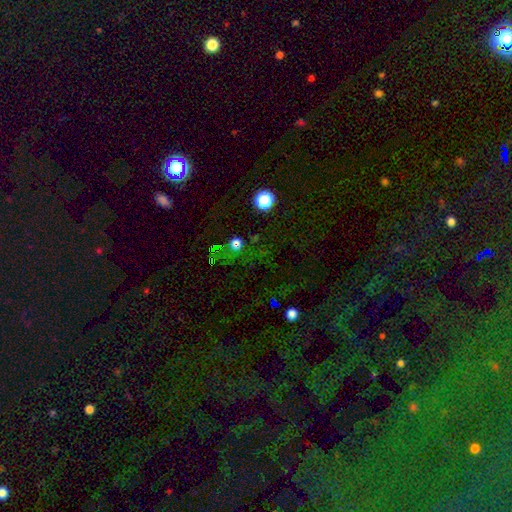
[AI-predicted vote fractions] star or artifact 65%, smooth 23%, featured or disk 12%.